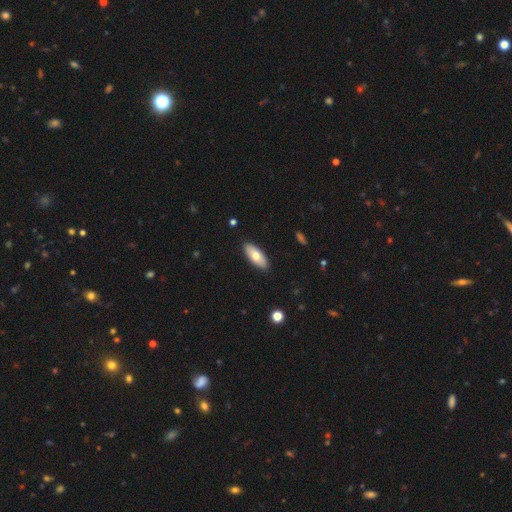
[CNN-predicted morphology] Overall: smooth (70%). How rounded: in between (84%). Merging: none (89%).